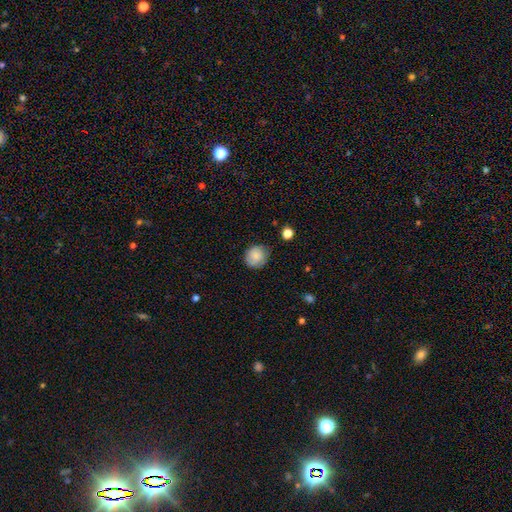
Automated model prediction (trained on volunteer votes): smooth 84%, star or artifact 8%, featured or disk 8%. Down the decision tree: how rounded — round (82%); merging — none (76%).